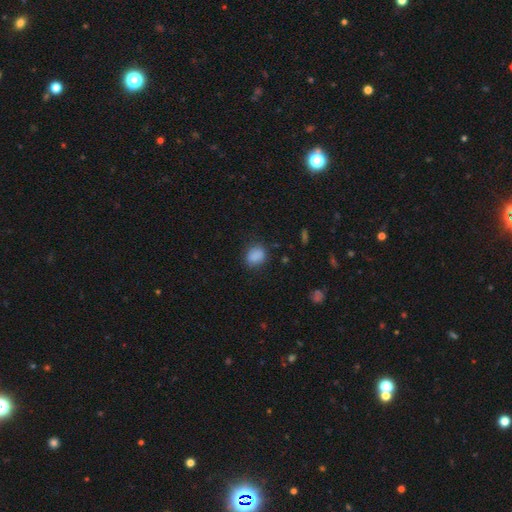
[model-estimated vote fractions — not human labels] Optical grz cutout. It shows a smooth galaxy with no disk features (86%) that is round (50%). Merging: none (79%).